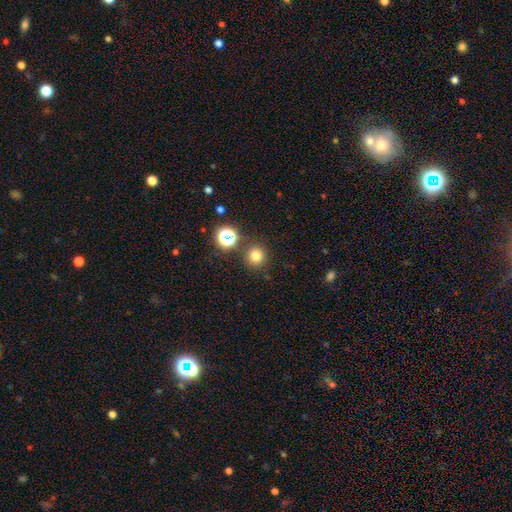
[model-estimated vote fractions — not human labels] Smooth or featured?
  - smooth: 75% *
  - star or artifact: 18%
  - featured or disk: 6%
How rounded?
  - round: 94% *
  - in between: 5%
  - cigar-shaped: 1%
Merging?
  - none: 84% *
  - minor disturbance: 7%
  - merger: 6%
  - major disturbance: 3%